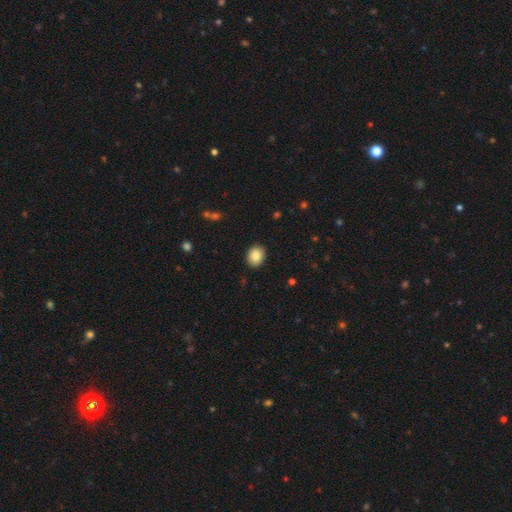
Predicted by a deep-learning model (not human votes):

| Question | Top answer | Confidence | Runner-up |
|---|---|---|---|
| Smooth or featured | smooth | 84% | star or artifact (8%) |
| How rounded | round | 53% | in between (46%) |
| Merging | none | 90% | minor disturbance (7%) |